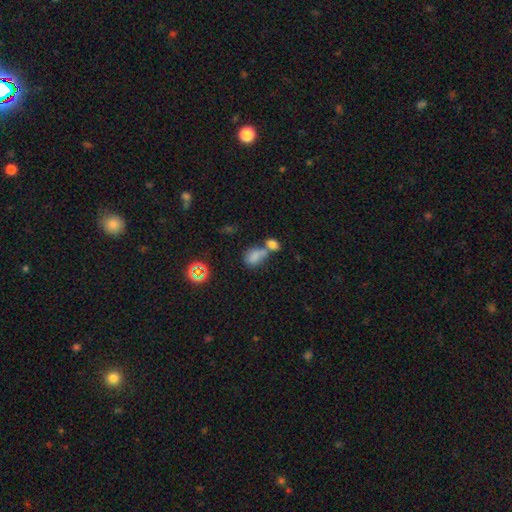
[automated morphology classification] Overall: smooth (73%). How rounded: in between (79%). Merging: merger (59%; none 22%).